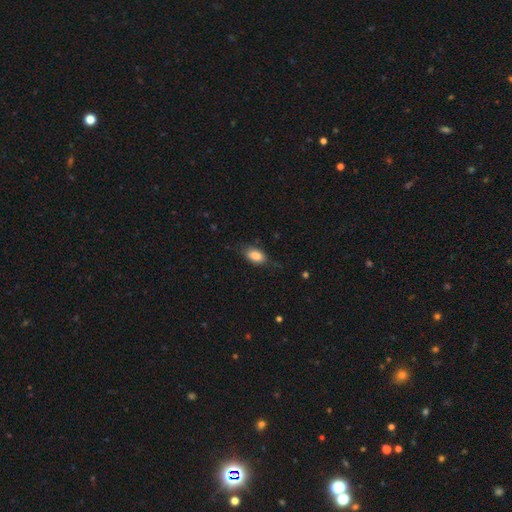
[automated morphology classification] Smooth or featured? Predicted: smooth (p=0.83). How rounded? Predicted: in between (p=0.88). Merging? Predicted: none (p=0.69).